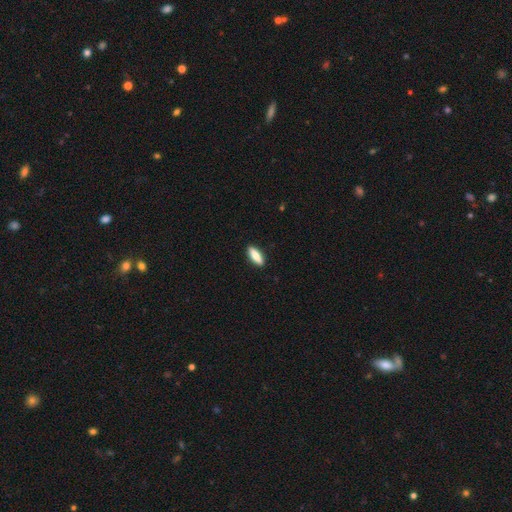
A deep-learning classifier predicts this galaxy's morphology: A smooth galaxy with no disk features (80%) that is in between round and cigar-shaped (55%).

Vote fractions:
- Smooth or featured? smooth: 80% / featured or disk: 14% / star or artifact: 6%
- How rounded? in between: 55% / cigar-shaped: 43% / round: 2%
- Merging? none: 90% / minor disturbance: 7% / major disturbance: 2% / merger: 1%